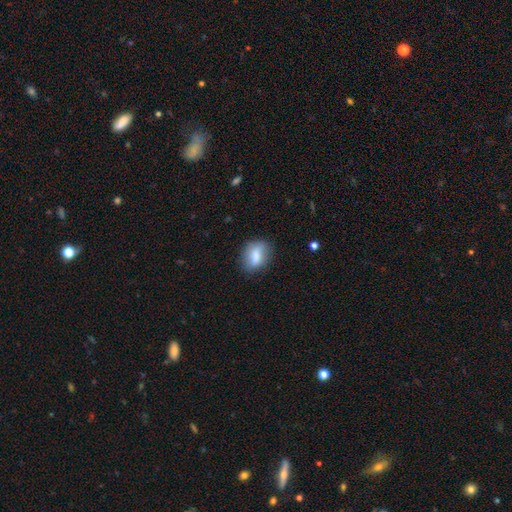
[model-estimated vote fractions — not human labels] Overall: smooth (76%). How rounded: in between (72%). Merging: none (73%).